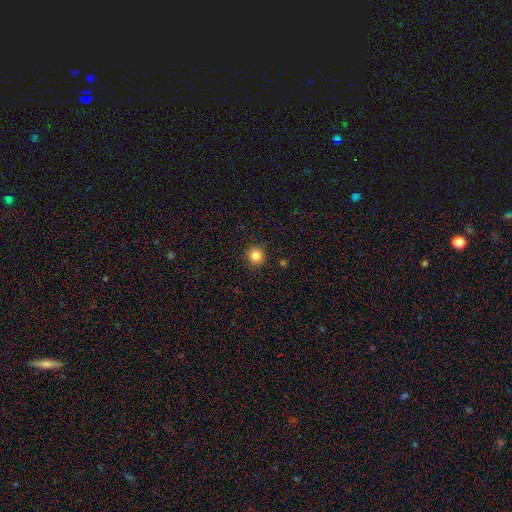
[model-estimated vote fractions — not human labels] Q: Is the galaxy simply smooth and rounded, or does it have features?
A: smooth — 84%.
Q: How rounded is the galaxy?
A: round — 93%.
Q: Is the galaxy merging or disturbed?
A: none — 91%.